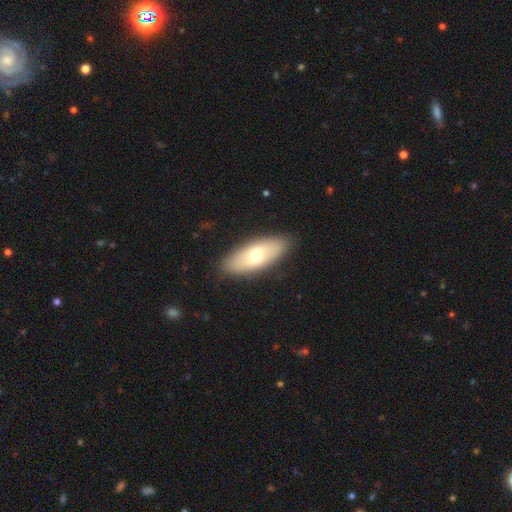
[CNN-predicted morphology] Smooth or featured? smooth (61%)
How rounded? in between (80%)
Merging? none (88%)